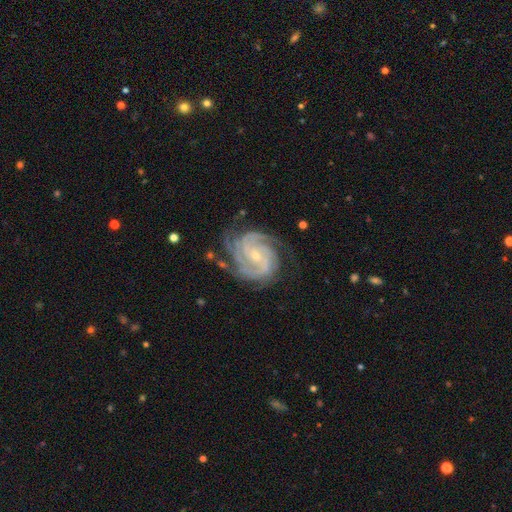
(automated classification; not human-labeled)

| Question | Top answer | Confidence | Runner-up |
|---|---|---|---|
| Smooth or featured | featured or disk | 93% | star or artifact (4%) |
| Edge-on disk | no | 98% | yes (2%) |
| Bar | no | 51% | weak (34%) |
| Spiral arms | yes | 99% | no (1%) |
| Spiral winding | tight | 70% | medium (27%) |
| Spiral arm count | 3 | 38% | 4 (27%) |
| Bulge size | small | 75% | moderate (21%) |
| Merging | none | 73% | minor disturbance (18%) |